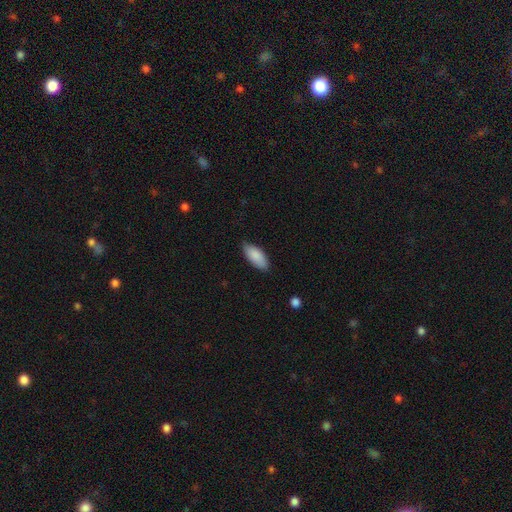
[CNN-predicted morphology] A smooth galaxy with no disk features (88%) that is in between round and cigar-shaped (87%).

Vote fractions:
- Smooth or featured? smooth: 88% / featured or disk: 6% / star or artifact: 6%
- How rounded? in between: 87% / cigar-shaped: 11% / round: 2%
- Merging? none: 81% / minor disturbance: 16% / major disturbance: 2% / merger: 1%